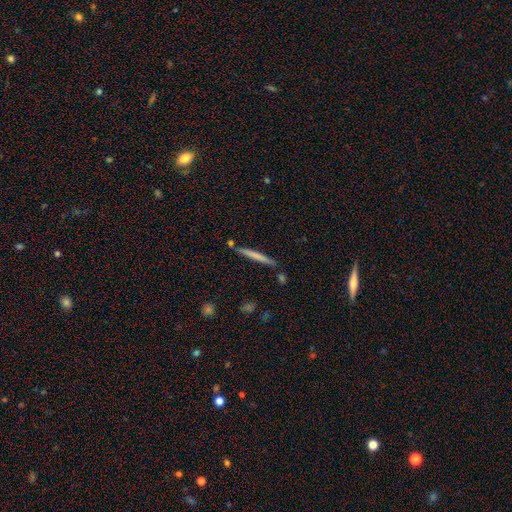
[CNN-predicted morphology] Q: Smooth or featured?
A: smooth (63%); runner-up: featured or disk (31%)
Q: How rounded?
A: cigar-shaped (97%); runner-up: in between (2%)
Q: Merging?
A: none (85%); runner-up: minor disturbance (9%)